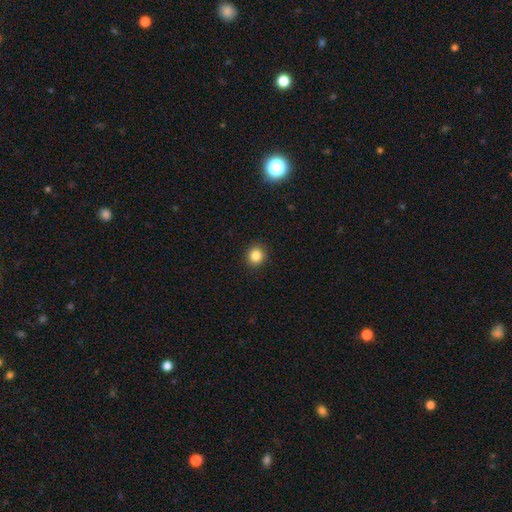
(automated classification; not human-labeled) Smooth or featured: smooth — 85% (star or artifact — 11%)
How rounded: round — 88% (in between — 11%)
Merging: none — 91% (minor disturbance — 6%)